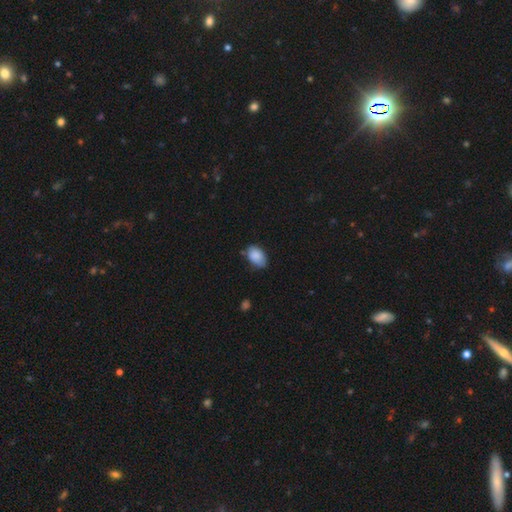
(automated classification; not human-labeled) Smooth or featured? Predicted: smooth (p=0.87). How rounded? Predicted: in between (p=0.88). Merging? Predicted: none (p=0.67).